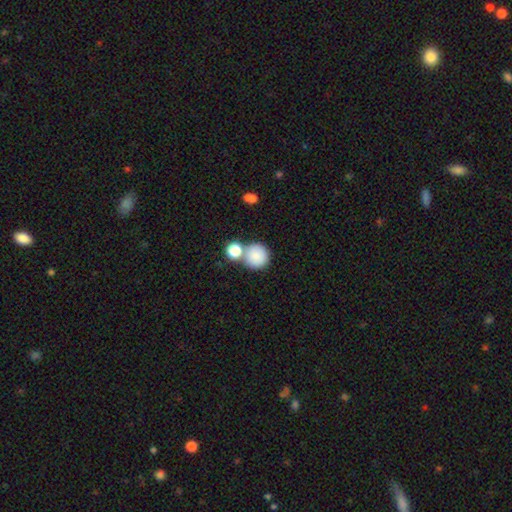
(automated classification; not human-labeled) Overall: smooth (84%). How rounded: round (92%). Merging: none (58%; merger 30%).